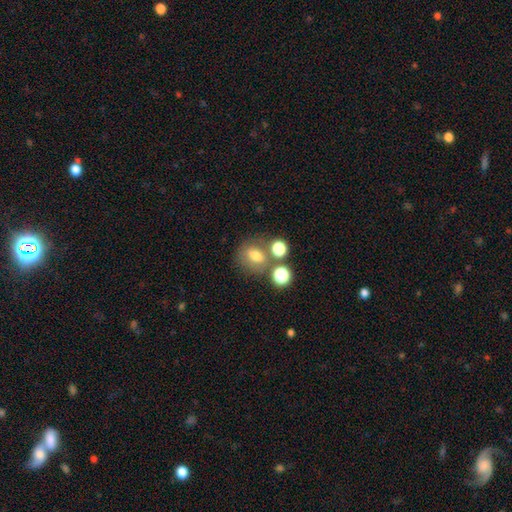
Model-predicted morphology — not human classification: type=smooth (70%); roundness=round (58%); merging=none (58%).